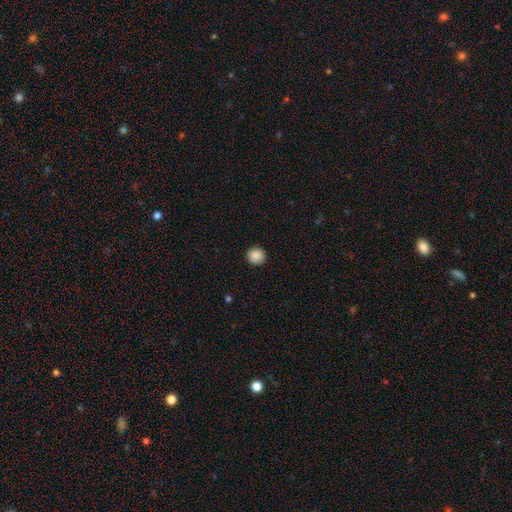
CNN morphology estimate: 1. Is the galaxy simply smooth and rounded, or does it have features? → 88% smooth, 9% star or artifact, 3% featured or disk.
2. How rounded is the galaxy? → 95% round, 4% in between, 1% cigar-shaped.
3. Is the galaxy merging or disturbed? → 92% none, 5% minor disturbance, 2% major disturbance, 1% merger.